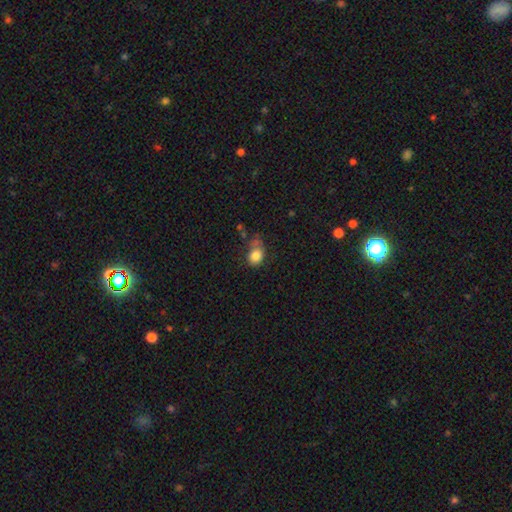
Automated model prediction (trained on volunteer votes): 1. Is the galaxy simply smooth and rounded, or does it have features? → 82% smooth, 9% star or artifact, 8% featured or disk.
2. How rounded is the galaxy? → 58% in between, 40% round, 1% cigar-shaped.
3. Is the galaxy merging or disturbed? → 47% none, 29% minor disturbance, 15% major disturbance, 9% merger.